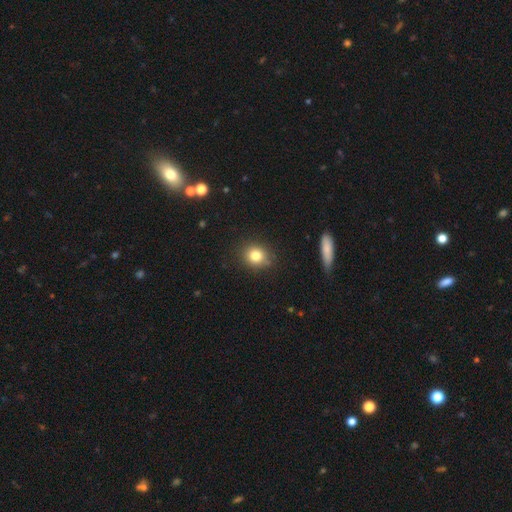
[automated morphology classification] Smooth or featured?
  - smooth: 81% *
  - star or artifact: 11%
  - featured or disk: 7%
How rounded?
  - round: 79% *
  - in between: 20%
  - cigar-shaped: 1%
Merging?
  - none: 85% *
  - minor disturbance: 10%
  - major disturbance: 3%
  - merger: 2%